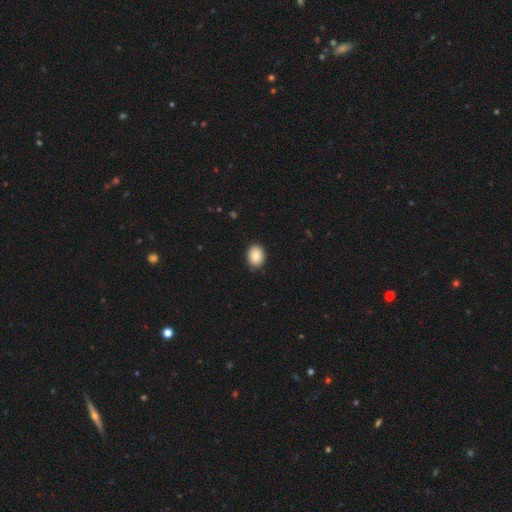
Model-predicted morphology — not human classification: Smooth or featured? Predicted: smooth (p=0.87). How rounded? Predicted: in between (p=0.57). Merging? Predicted: none (p=0.88).